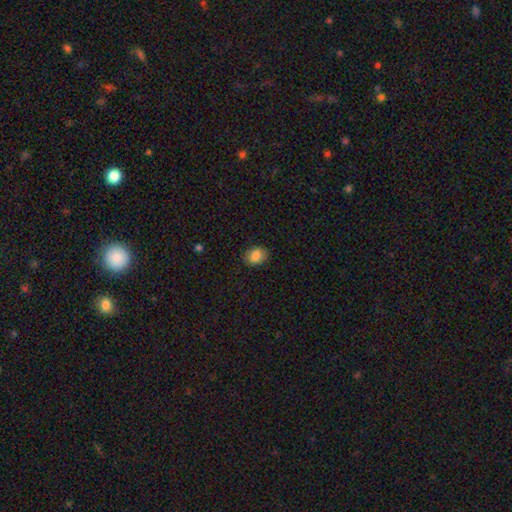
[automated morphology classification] This is clearly a smooth galaxy (84%). How rounded: possibly in between (60%). Merging: clearly none (86%).